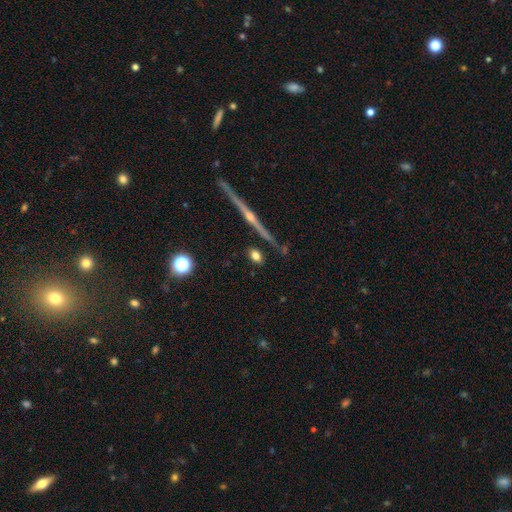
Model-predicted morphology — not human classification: smooth-or-featured: smooth: 70% | featured or disk: 20% | star or artifact: 11%
  how-rounded: in between: 58% | round: 34% | cigar-shaped: 8%
  merging: none: 81% | minor disturbance: 11% | merger: 4% | major disturbance: 3%